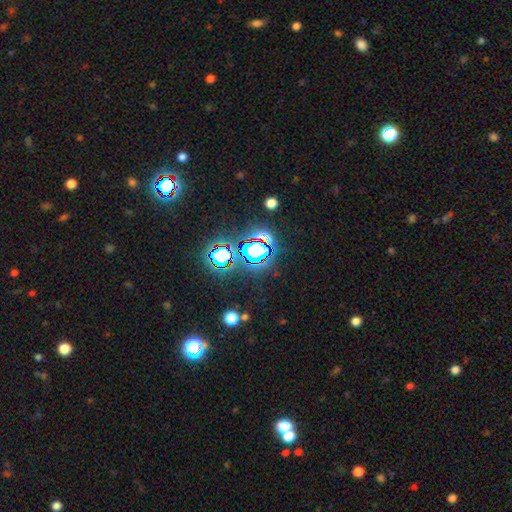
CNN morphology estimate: A star or artifact, not a galaxy (78%).

Vote fractions:
- Smooth or featured? star or artifact: 78% / smooth: 13% / featured or disk: 9%